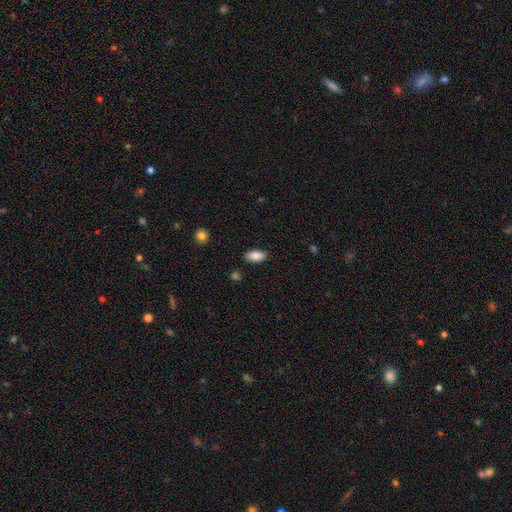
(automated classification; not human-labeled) Smooth or featured?
  - smooth: 87% *
  - star or artifact: 7%
  - featured or disk: 6%
How rounded?
  - in between: 92% *
  - cigar-shaped: 4%
  - round: 3%
Merging?
  - none: 87% *
  - minor disturbance: 9%
  - major disturbance: 2%
  - merger: 1%